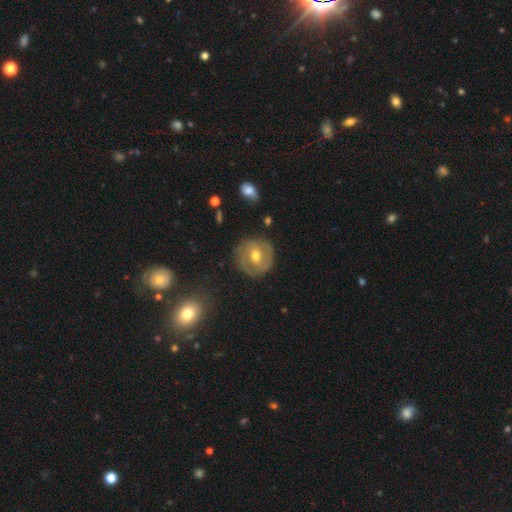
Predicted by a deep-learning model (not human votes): Q: Smooth or featured?
A: featured or disk (61%); runner-up: smooth (32%)
Q: Edge-on disk?
A: no (96%); runner-up: yes (4%)
Q: Bar?
A: no (48%); runner-up: weak (39%)
Q: Spiral arms?
A: yes (65%); runner-up: no (35%)
Q: Bulge size?
A: moderate (78%); runner-up: small (15%)
Q: Merging?
A: none (81%); runner-up: minor disturbance (13%)